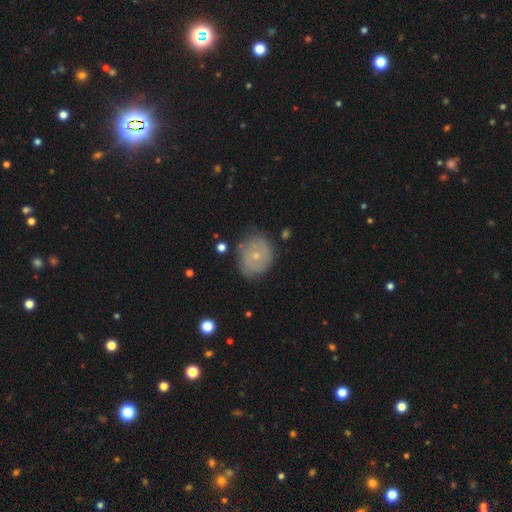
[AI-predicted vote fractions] smooth-or-featured: featured or disk: 47% | smooth: 44% | star or artifact: 9%
  merging: none: 72% | minor disturbance: 21% | major disturbance: 6% | merger: 2%